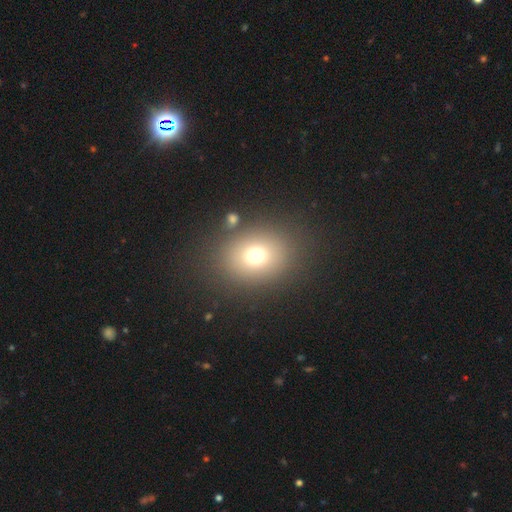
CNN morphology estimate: Smooth or featured: smooth — 72% (star or artifact — 17%)
How rounded: round — 60% (in between — 39%)
Merging: none — 82% (minor disturbance — 8%)